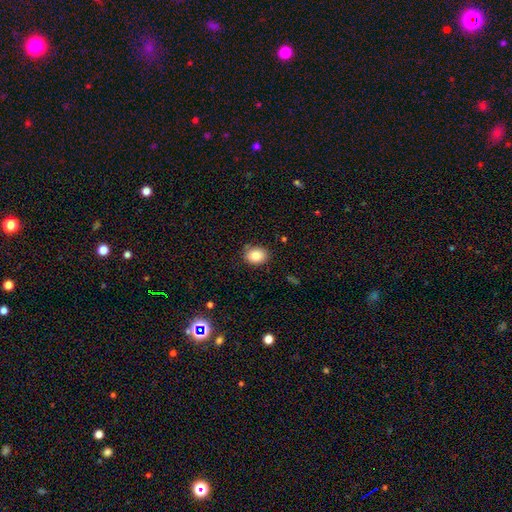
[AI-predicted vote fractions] The model was most divided on "how rounded": in between: 55%, round: 44%, cigar-shaped: 1%. More confident: smooth or featured — smooth (84%); merging — none (83%).